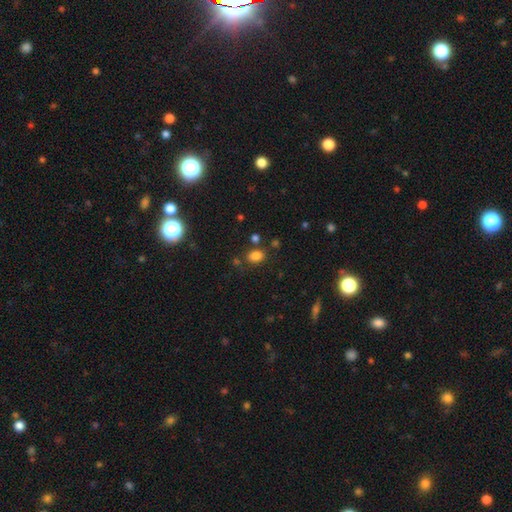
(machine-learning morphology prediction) This appears to be a smooth galaxy with no disk features (80%) that is in between round and cigar-shaped (68%). Merging: none (75%).